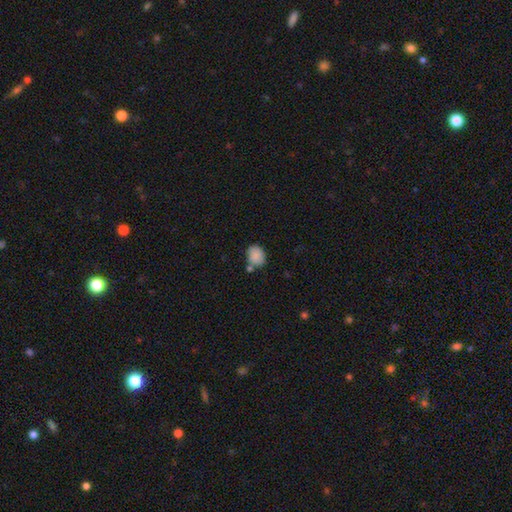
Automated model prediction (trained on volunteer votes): smooth 87%, star or artifact 8%, featured or disk 5%. Down the decision tree: how rounded — in between (54%); merging — none (65%).